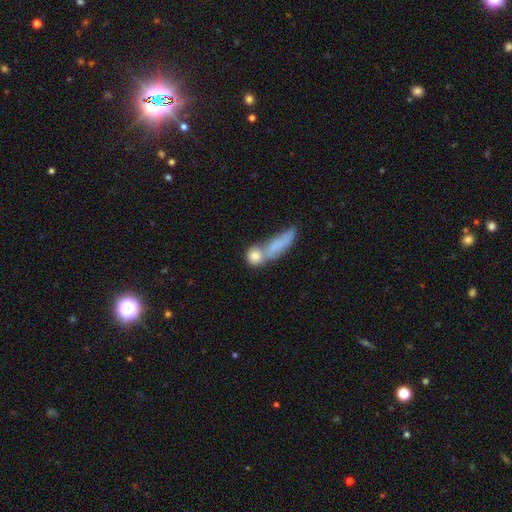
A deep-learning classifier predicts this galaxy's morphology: Smooth or featured? Predicted: smooth (p=0.78). How rounded? Predicted: round (p=0.47). Merging? Predicted: merger (p=0.49).